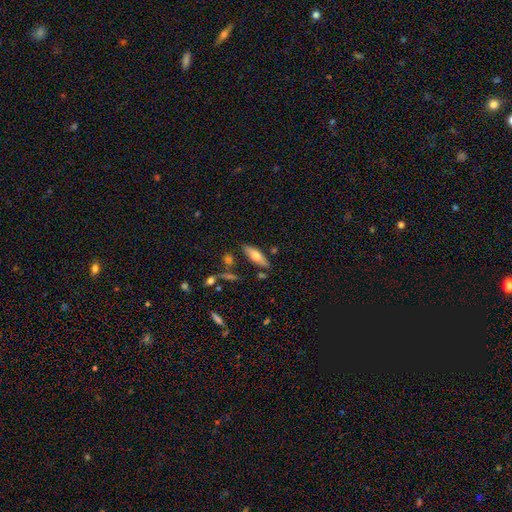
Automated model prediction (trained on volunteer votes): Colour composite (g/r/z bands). It shows a smooth galaxy with no disk features (64%) that is in between round and cigar-shaped (56%). Merging: none (79%).